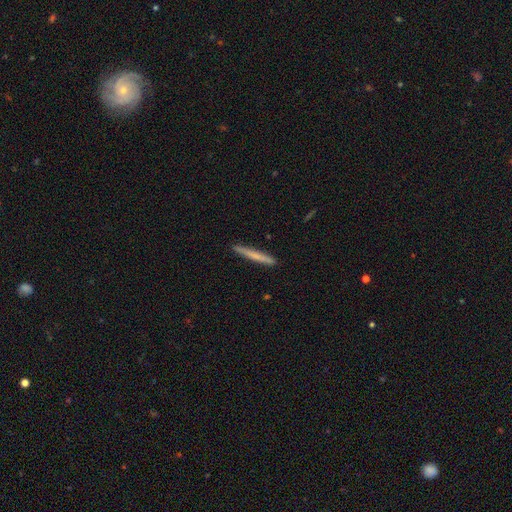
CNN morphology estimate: Smooth or featured?
  - smooth: 62% *
  - featured or disk: 33%
  - star or artifact: 6%
How rounded?
  - cigar-shaped: 97% *
  - in between: 2%
  - round: 1%
Merging?
  - none: 91% *
  - minor disturbance: 6%
  - major disturbance: 1%
  - merger: 1%